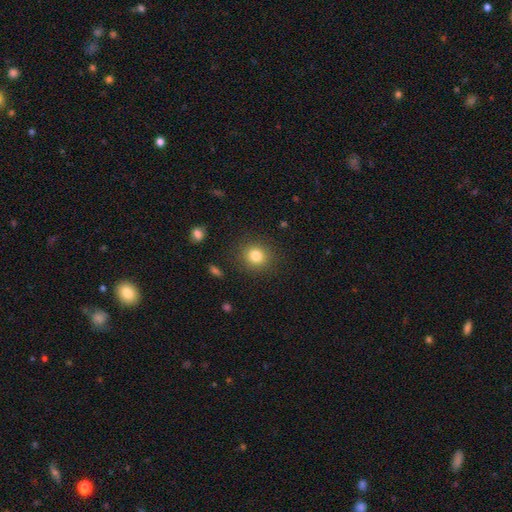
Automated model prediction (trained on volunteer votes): This appears to be a smooth galaxy with no disk features (82%) that is round (85%). Merging: none (88%).